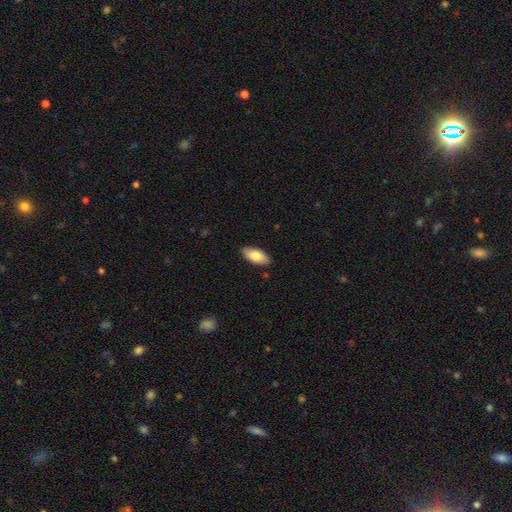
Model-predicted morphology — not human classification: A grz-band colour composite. It shows a smooth galaxy with no disk features (81%) that is in between round and cigar-shaped (91%). Merging: none (88%).